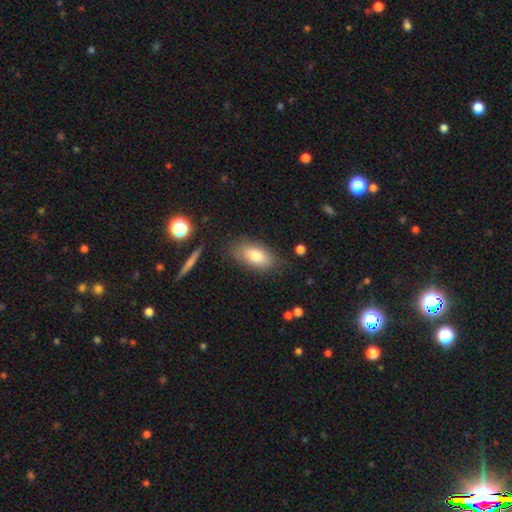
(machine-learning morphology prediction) Smooth or featured?
  - smooth: 78% *
  - featured or disk: 14%
  - star or artifact: 8%
How rounded?
  - in between: 89% *
  - cigar-shaped: 6%
  - round: 5%
Merging?
  - none: 79% *
  - minor disturbance: 14%
  - major disturbance: 4%
  - merger: 2%